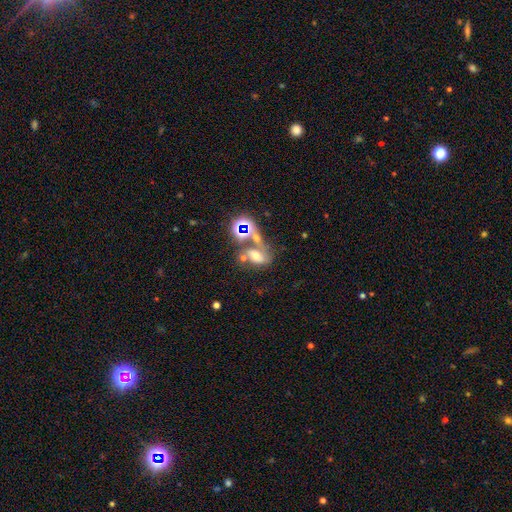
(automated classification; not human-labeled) smooth-or-featured: smooth: 44% | star or artifact: 29% | featured or disk: 27%
  merging: merger: 40% | none: 34% | minor disturbance: 13% | major disturbance: 12%